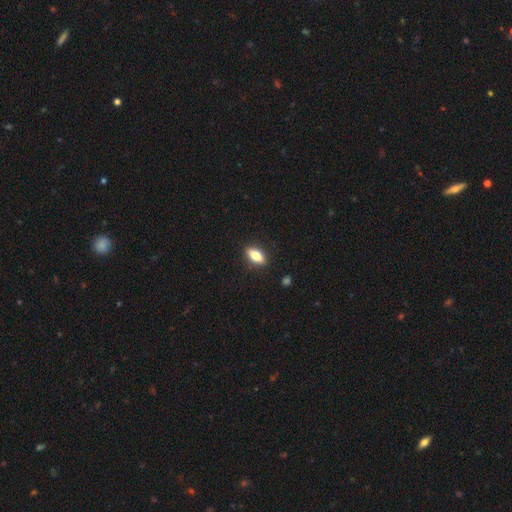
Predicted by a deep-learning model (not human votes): Overall: smooth (75%). How rounded: in between (79%). Merging: none (88%).